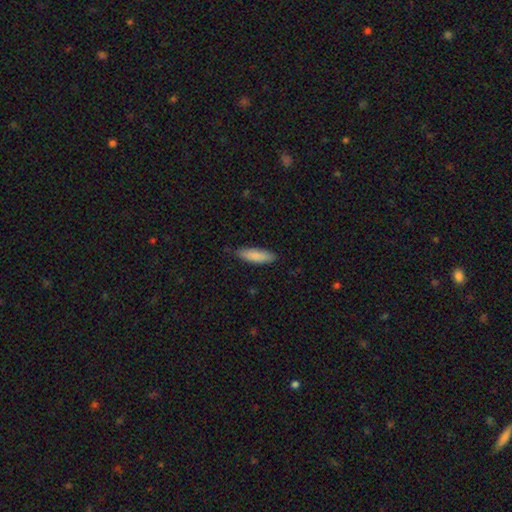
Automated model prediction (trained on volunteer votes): This is clearly a smooth galaxy (87%). How rounded: possibly in between (50%). Merging: clearly none (82%).